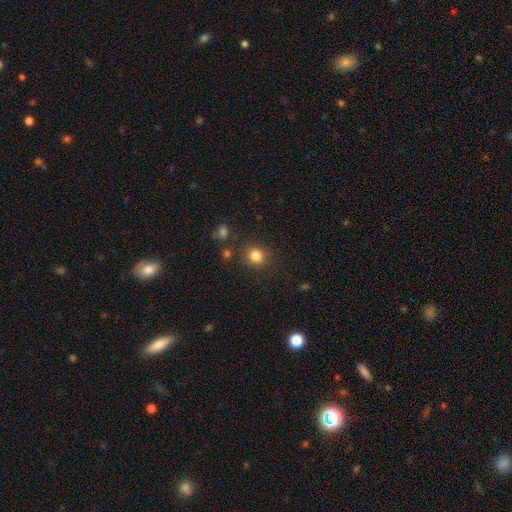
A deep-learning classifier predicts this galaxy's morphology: Smooth or featured?
  - smooth: 83% *
  - star or artifact: 12%
  - featured or disk: 5%
How rounded?
  - round: 87% *
  - in between: 12%
  - cigar-shaped: 1%
Merging?
  - none: 86% *
  - minor disturbance: 8%
  - merger: 3%
  - major disturbance: 3%